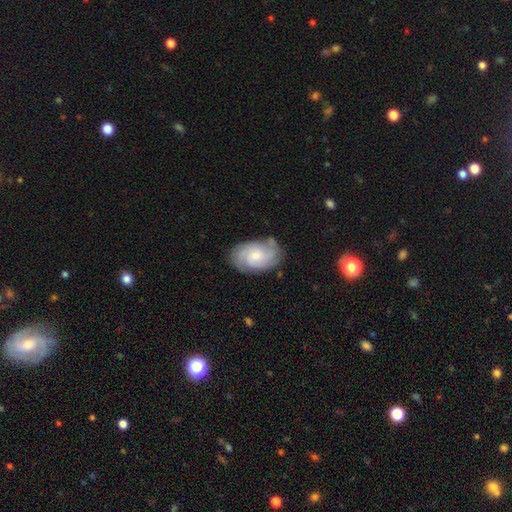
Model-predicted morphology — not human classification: smooth_or_featured: featured or disk (p=0.67) [alt: smooth p=0.27]
disk_edge_on: no (p=0.97) [alt: yes p=0.03]
bar: no (p=0.69) [alt: weak p=0.28]
has_spiral_arms: yes (p=0.93) [alt: no p=0.07]
spiral_winding: tight (p=0.49) [alt: medium p=0.39]
spiral_arm_count: 3 (p=0.33) [alt: can't tell p=0.25]
bulge_size: small (p=0.48) [alt: moderate p=0.43]
merging: none (p=0.73) [alt: minor disturbance p=0.19]